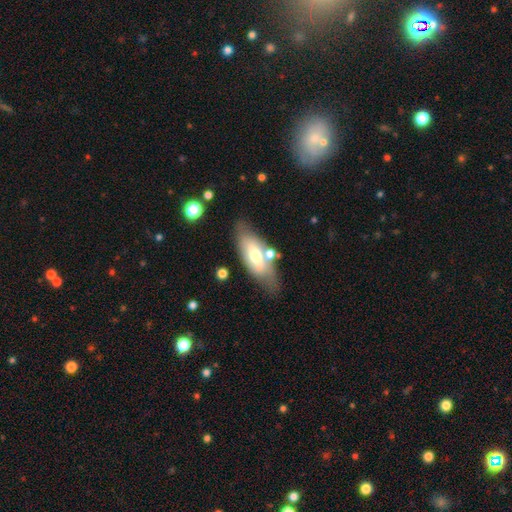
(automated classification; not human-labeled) Smooth or featured? smooth (50%)
How rounded? in between (77%)
Merging? none (63%)